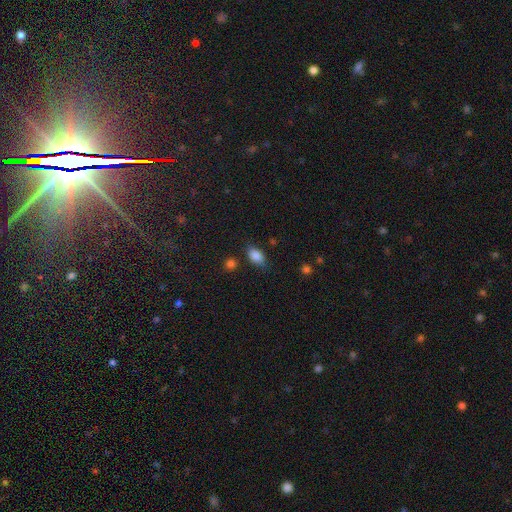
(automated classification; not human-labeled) This is clearly a smooth galaxy (86%). How rounded: clearly in between (87%). Merging: likely none (76%).